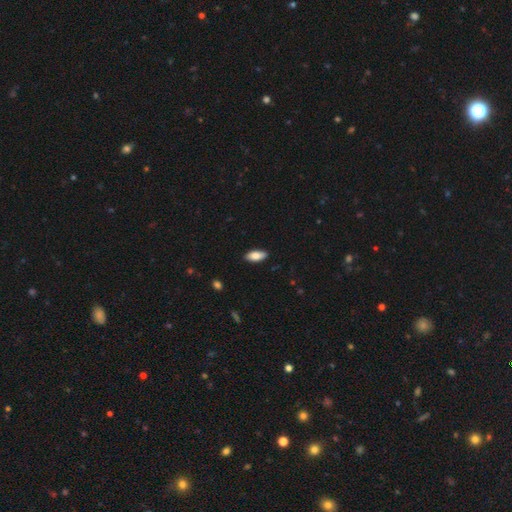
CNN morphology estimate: This is clearly a smooth galaxy (83%). How rounded: clearly in between (84%). Merging: clearly none (88%).